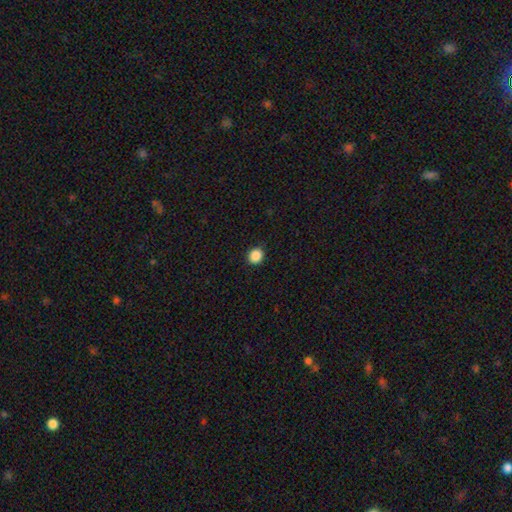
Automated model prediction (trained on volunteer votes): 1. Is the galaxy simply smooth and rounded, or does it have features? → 87% smooth, 10% star or artifact, 3% featured or disk.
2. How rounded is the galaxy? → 80% round, 19% in between, 1% cigar-shaped.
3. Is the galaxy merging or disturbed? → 91% none, 7% minor disturbance, 2% major disturbance, 1% merger.